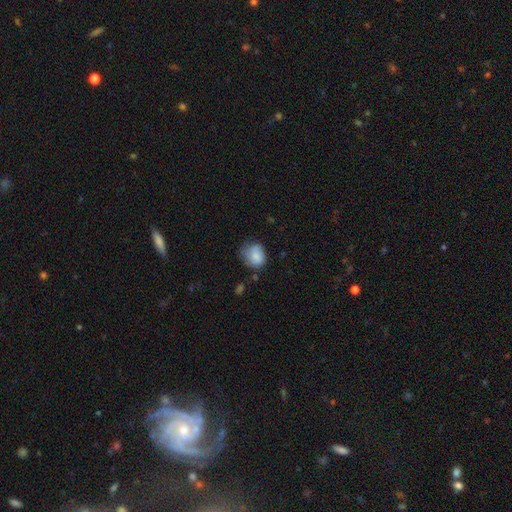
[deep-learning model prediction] Smooth or featured: smooth — 79% (featured or disk — 13%)
How rounded: round — 55% (in between — 44%)
Merging: none — 45% (minor disturbance — 35%)